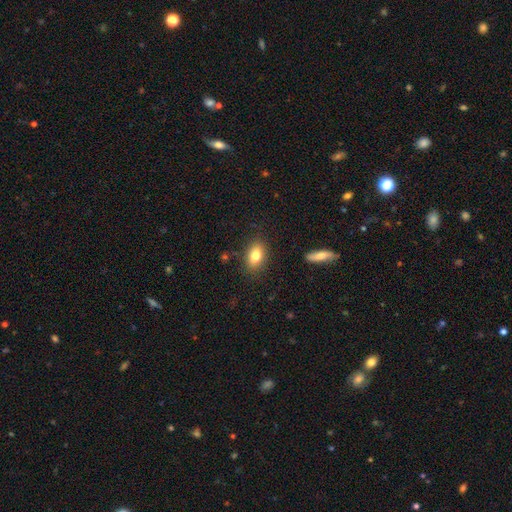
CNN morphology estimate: Smooth or featured: smooth — 79% (featured or disk — 13%)
How rounded: in between — 85% (round — 11%)
Merging: none — 85% (minor disturbance — 10%)